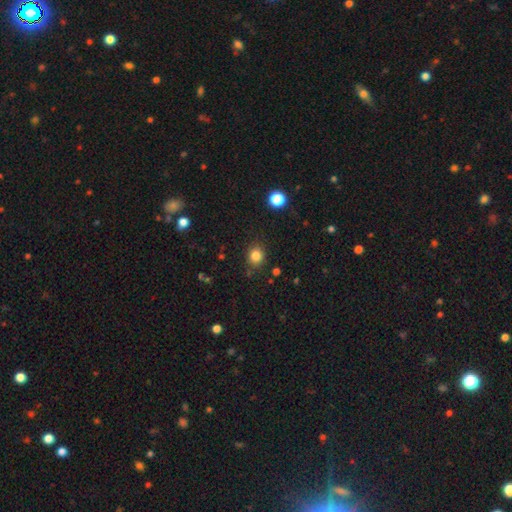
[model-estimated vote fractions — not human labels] This is clearly a smooth galaxy (83%). How rounded: likely round (76%). Merging: clearly none (84%).